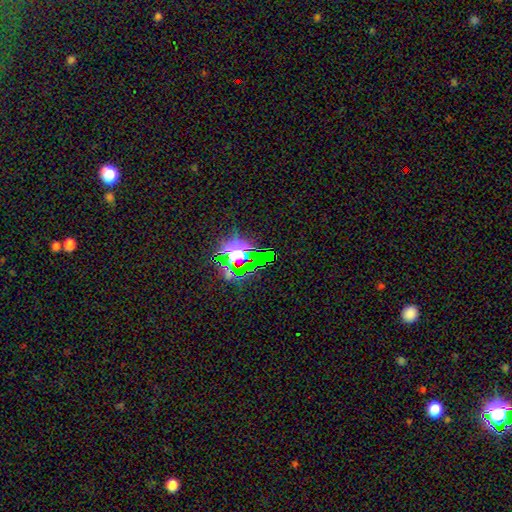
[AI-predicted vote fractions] Smooth or featured? Predicted: star or artifact (p=0.68).